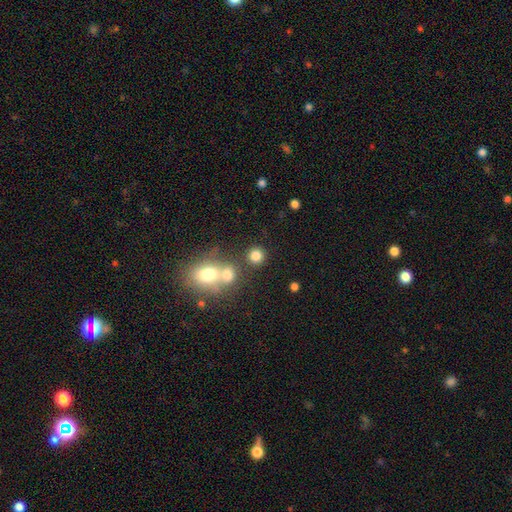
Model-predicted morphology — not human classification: Smooth or featured?
  - smooth: 79% *
  - star or artifact: 13%
  - featured or disk: 7%
How rounded?
  - round: 87% *
  - in between: 12%
  - cigar-shaped: 1%
Merging?
  - none: 73% *
  - merger: 16%
  - minor disturbance: 7%
  - major disturbance: 4%